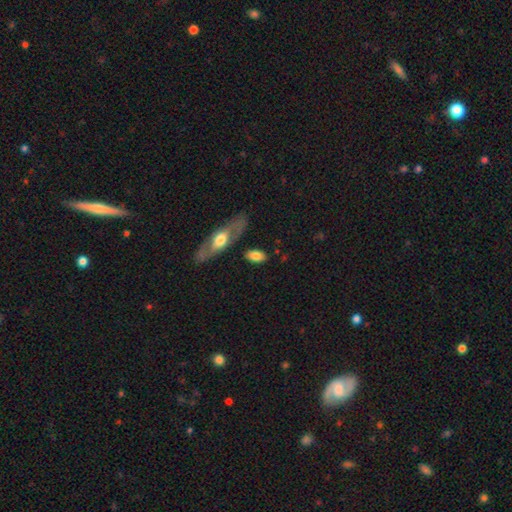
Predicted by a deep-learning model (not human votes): A smooth galaxy with no disk features (75%) that is in between round and cigar-shaped (86%).

Vote fractions:
- Smooth or featured? smooth: 75% / featured or disk: 19% / star or artifact: 6%
- How rounded? in between: 86% / cigar-shaped: 7% / round: 6%
- Merging? none: 76% / minor disturbance: 13% / merger: 6% / major disturbance: 4%